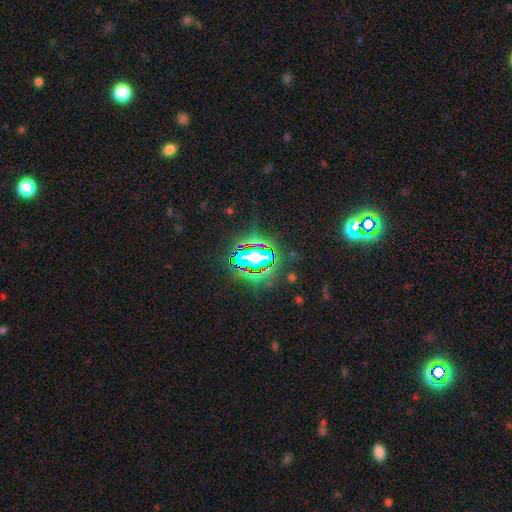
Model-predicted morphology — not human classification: smooth_or_featured: star or artifact (p=0.80) [alt: smooth p=0.12]